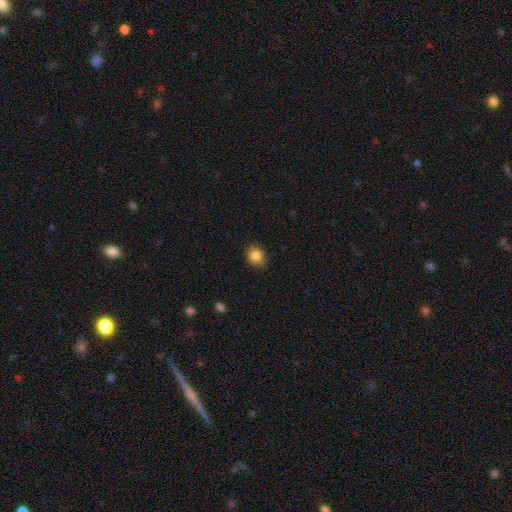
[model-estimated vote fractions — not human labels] This is clearly a smooth galaxy (85%). How rounded: likely round (60%). Merging: clearly none (88%).